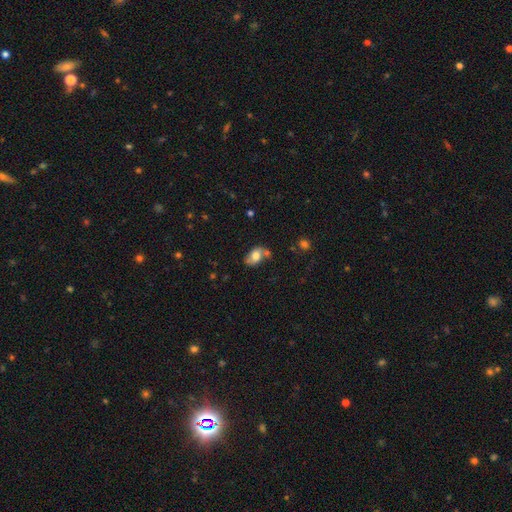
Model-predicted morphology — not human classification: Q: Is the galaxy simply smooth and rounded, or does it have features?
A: smooth — 62%.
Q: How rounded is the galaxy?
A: in between — 85%.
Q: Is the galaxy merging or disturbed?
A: none — 50%.